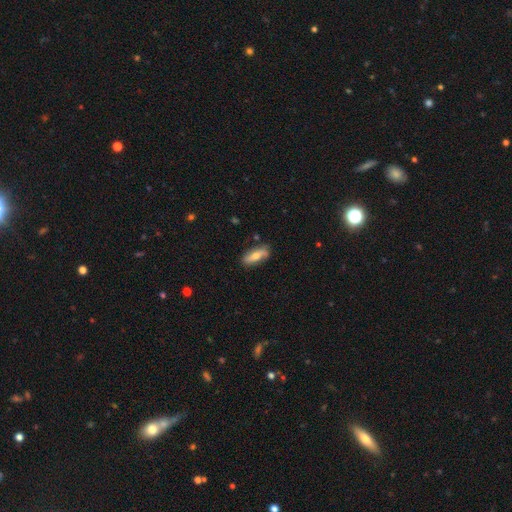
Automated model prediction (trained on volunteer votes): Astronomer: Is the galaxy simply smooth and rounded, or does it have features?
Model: smooth — 58% (runner-up: featured or disk, 36%).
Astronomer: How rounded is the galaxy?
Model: in between — 61%.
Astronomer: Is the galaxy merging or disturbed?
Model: none — 79%.